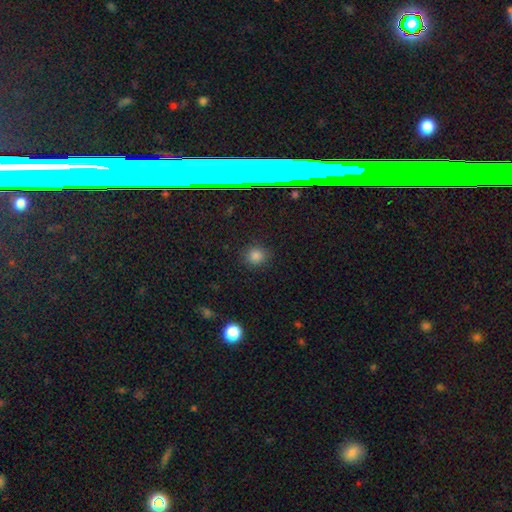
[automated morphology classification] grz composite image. It shows a smooth galaxy with no disk features (78%) that is round (90%). Merging: none (89%).